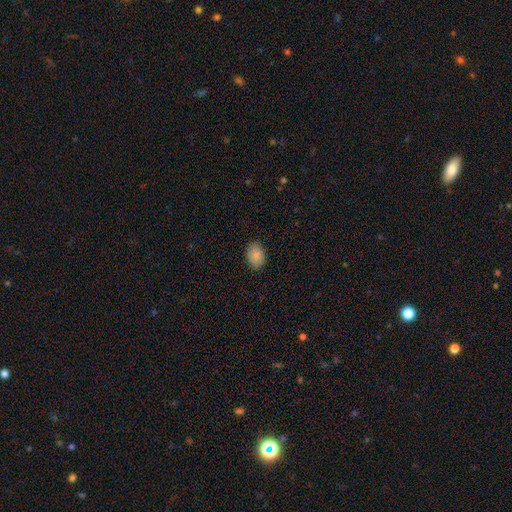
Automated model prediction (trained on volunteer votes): smooth_or_featured: smooth (p=0.86) [alt: star or artifact p=0.08]
how_rounded: in between (p=0.80) [alt: round p=0.19]
merging: none (p=0.87) [alt: minor disturbance p=0.10]